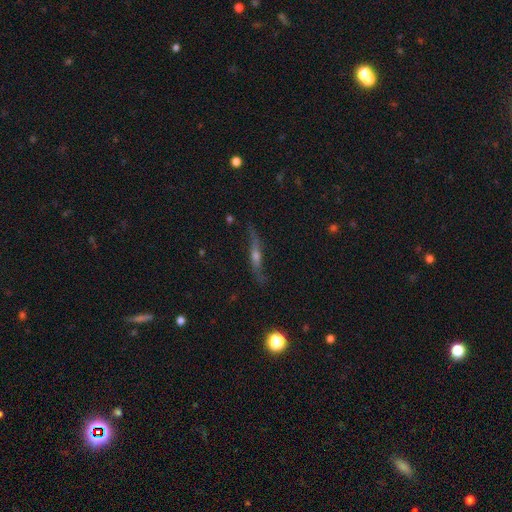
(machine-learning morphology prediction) Overall: featured or disk (72%). Edge-on disk: yes (70%). Edge-on bulge: rounded (80%). Merging: none (71%).